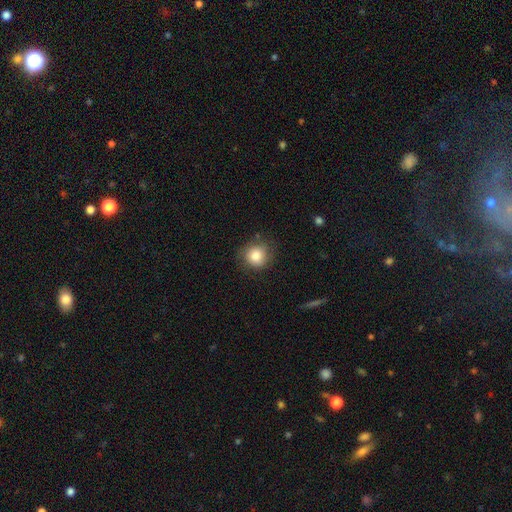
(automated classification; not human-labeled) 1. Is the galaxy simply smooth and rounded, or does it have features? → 83% smooth, 9% star or artifact, 8% featured or disk.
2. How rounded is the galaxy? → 87% round, 12% in between, 1% cigar-shaped.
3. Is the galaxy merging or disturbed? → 79% none, 16% minor disturbance, 4% major disturbance, 1% merger.